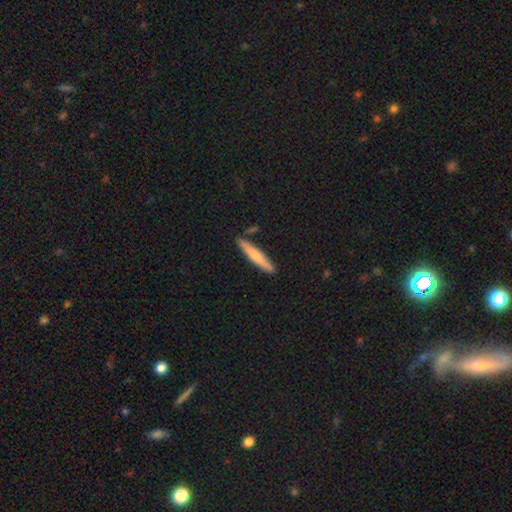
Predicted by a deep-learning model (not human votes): This appears to be a smooth galaxy with no disk features (72%) that is cigar-shaped (93%). Merging: none (85%).